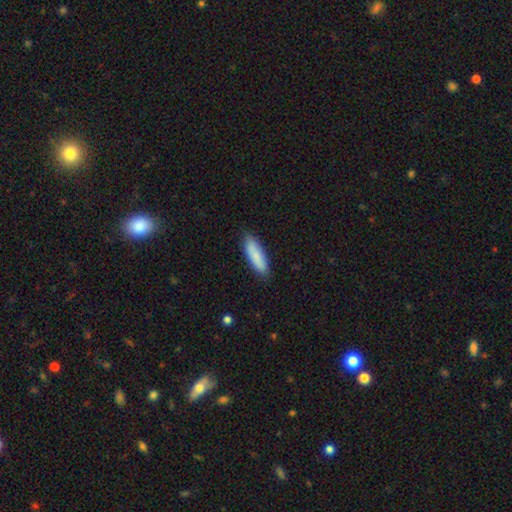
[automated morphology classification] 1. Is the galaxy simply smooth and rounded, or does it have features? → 86% smooth, 9% featured or disk, 5% star or artifact.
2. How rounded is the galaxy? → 56% cigar-shaped, 43% in between, 2% round.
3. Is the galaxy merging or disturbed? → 86% none, 11% minor disturbance, 2% major disturbance, 1% merger.